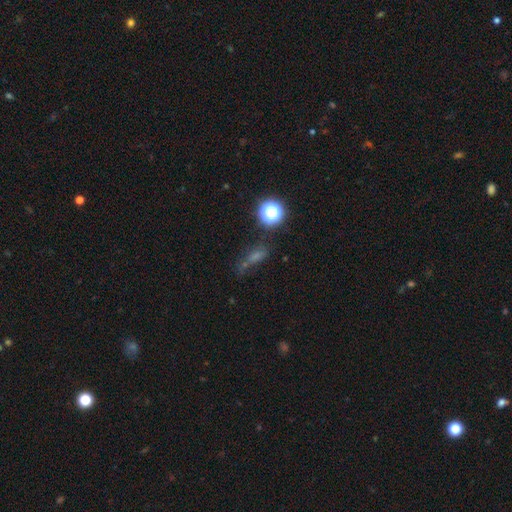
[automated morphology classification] Smooth or featured? smooth (45%)
Merging? none (53%)